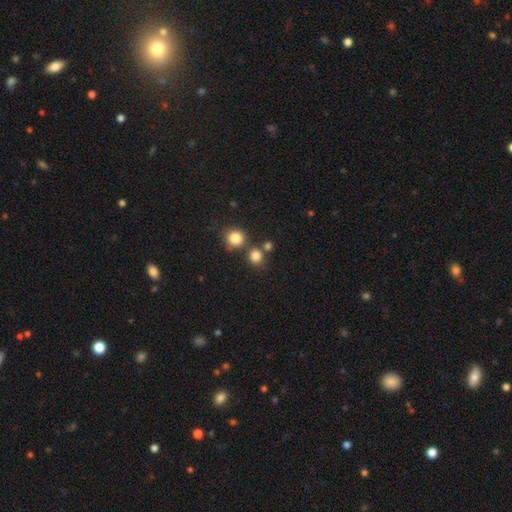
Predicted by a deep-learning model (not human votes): smooth 82%, star or artifact 13%, featured or disk 5%. Down the decision tree: how rounded — round (84%); merging — none (71%).